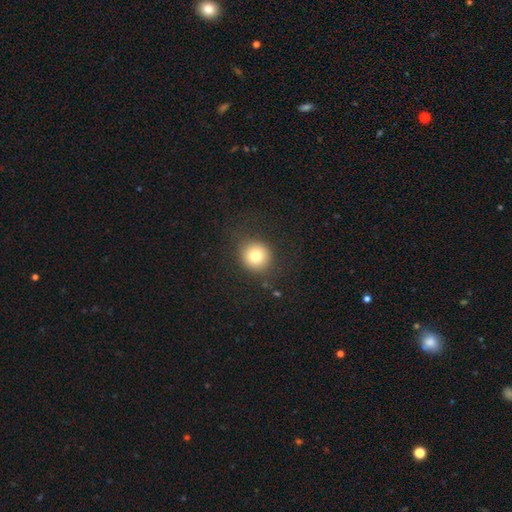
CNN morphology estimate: The model was most divided on "smooth or featured": smooth: 77%, star or artifact: 12%, featured or disk: 11%. More confident: how rounded — round (92%); merging — none (85%).